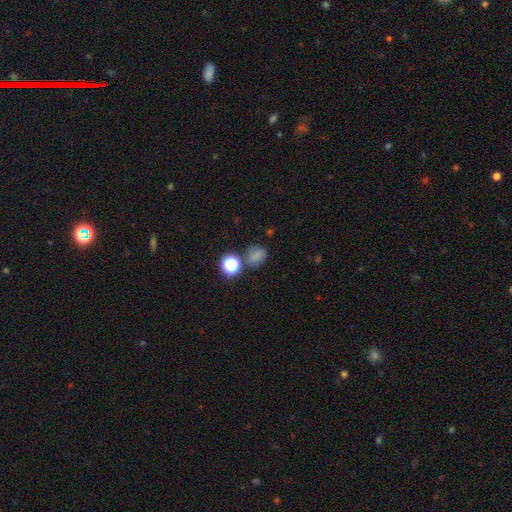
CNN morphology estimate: This appears to be a smooth galaxy with no disk features (70%) that is round (71%). Merging: none (62%).